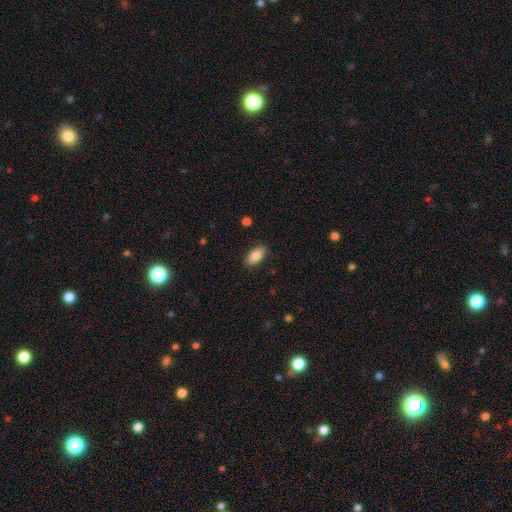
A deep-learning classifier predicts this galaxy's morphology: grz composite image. It shows a smooth galaxy with no disk features (82%) that is in between round and cigar-shaped (91%). Merging: none (86%).